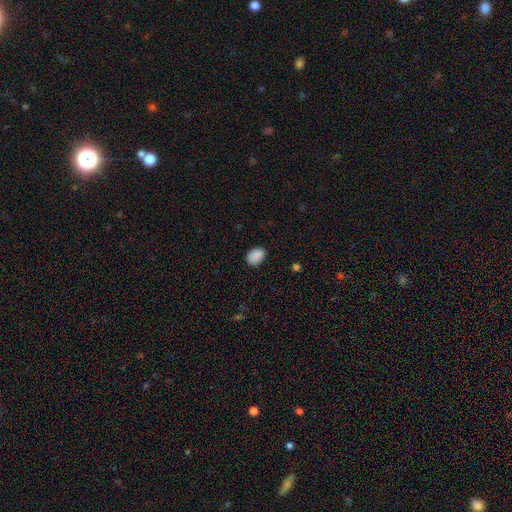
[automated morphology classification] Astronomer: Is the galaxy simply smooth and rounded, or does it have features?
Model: smooth — 88%.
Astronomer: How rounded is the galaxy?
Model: in between — 80%.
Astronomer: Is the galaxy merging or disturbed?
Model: none — 82%.